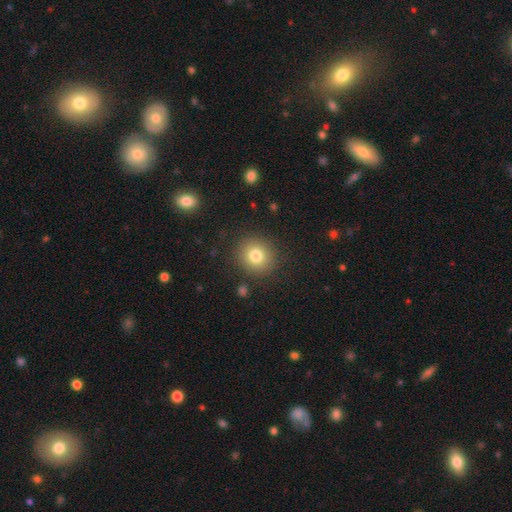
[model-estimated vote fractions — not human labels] Smooth or featured?
  - smooth: 79% *
  - star or artifact: 12%
  - featured or disk: 10%
How rounded?
  - round: 89% *
  - in between: 10%
  - cigar-shaped: 1%
Merging?
  - none: 88% *
  - minor disturbance: 7%
  - major disturbance: 3%
  - merger: 2%